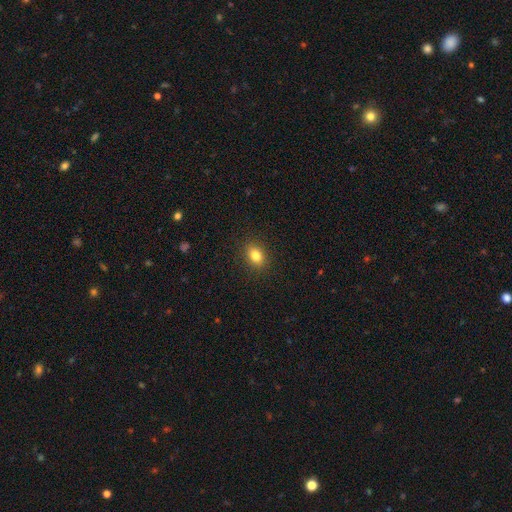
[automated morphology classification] Q: Smooth or featured?
A: smooth (82%); runner-up: star or artifact (11%)
Q: How rounded?
A: in between (65%); runner-up: round (34%)
Q: Merging?
A: none (89%); runner-up: minor disturbance (7%)